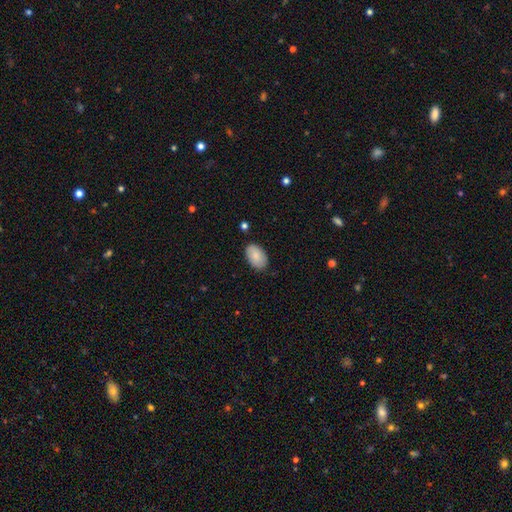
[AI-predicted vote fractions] Smooth or featured? smooth (85%)
How rounded? in between (92%)
Merging? none (84%)